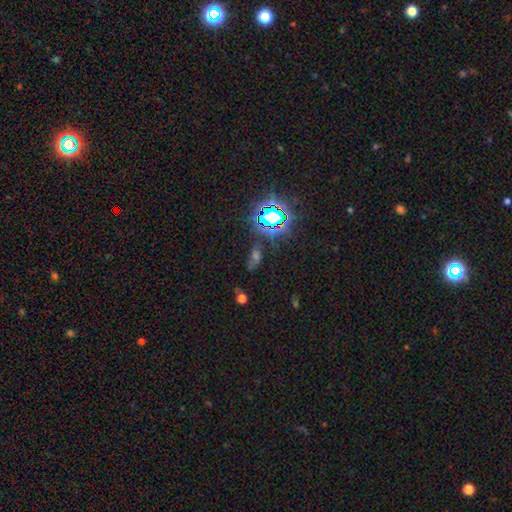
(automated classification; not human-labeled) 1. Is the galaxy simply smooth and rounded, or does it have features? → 61% star or artifact, 24% smooth, 15% featured or disk.